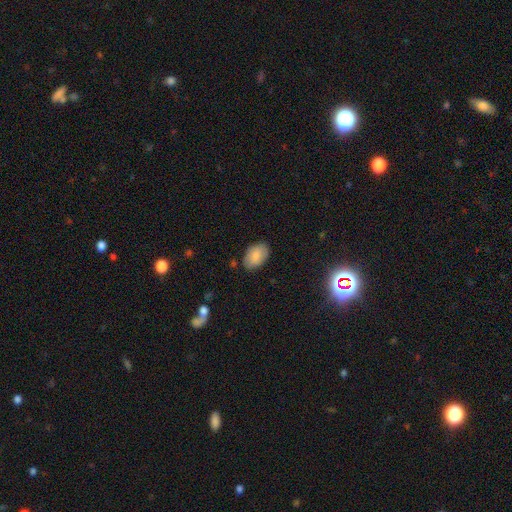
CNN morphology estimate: Smooth or featured? smooth (83%)
How rounded? in between (90%)
Merging? none (82%)